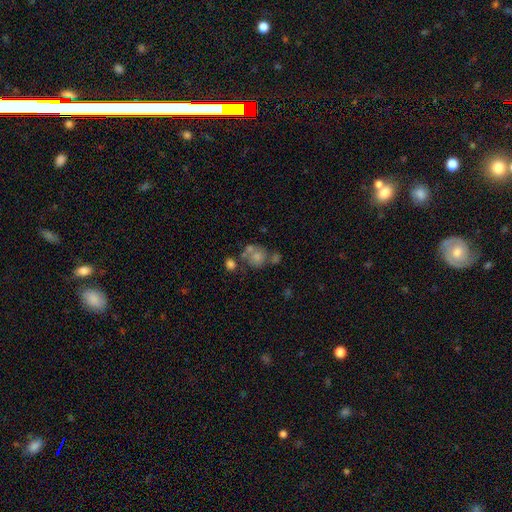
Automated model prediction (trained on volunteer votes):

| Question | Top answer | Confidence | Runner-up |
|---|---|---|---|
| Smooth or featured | smooth | 66% | featured or disk (22%) |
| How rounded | round | 75% | in between (24%) |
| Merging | none | 41% | merger (34%) |